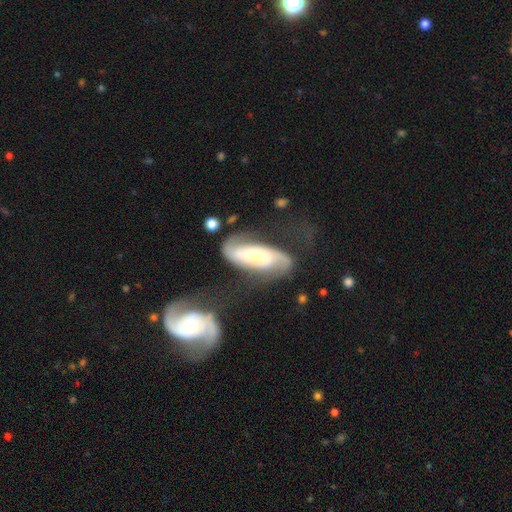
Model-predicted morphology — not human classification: type=featured or disk (80%); edge-on=no (93%); bar=no (59%); spiral arms=yes (94%); winding=medium (42%); arm count=2 (84%); bulge=small (54%); merging=none (47%).